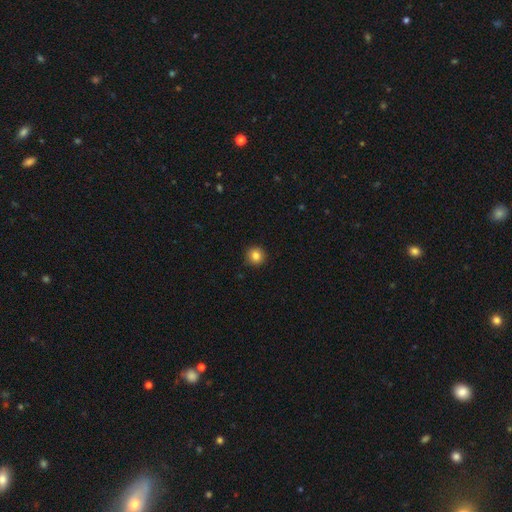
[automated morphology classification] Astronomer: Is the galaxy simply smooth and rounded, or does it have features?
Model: smooth — 84%.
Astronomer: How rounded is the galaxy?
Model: round — 94%.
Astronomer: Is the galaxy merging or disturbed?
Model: none — 92%.